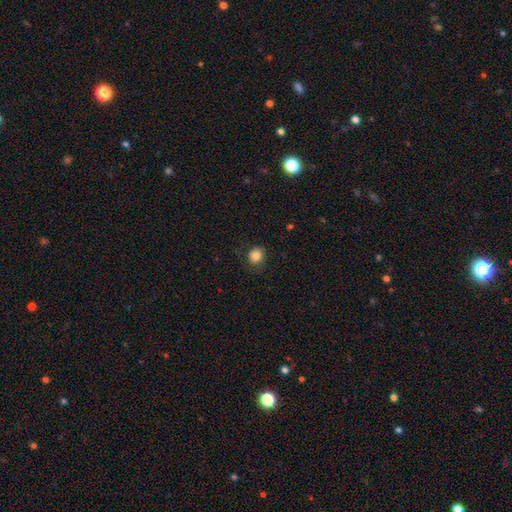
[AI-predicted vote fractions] A smooth galaxy with no disk features (83%) that is round (86%).

Vote fractions:
- Smooth or featured? smooth: 83% / star or artifact: 10% / featured or disk: 7%
- How rounded? round: 86% / in between: 13% / cigar-shaped: 1%
- Merging? none: 77% / minor disturbance: 15% / major disturbance: 7% / merger: 1%